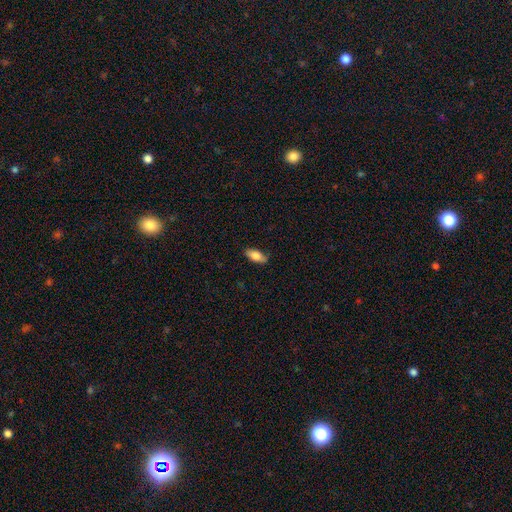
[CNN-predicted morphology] type=smooth (80%); roundness=in between (85%); merging=none (84%).